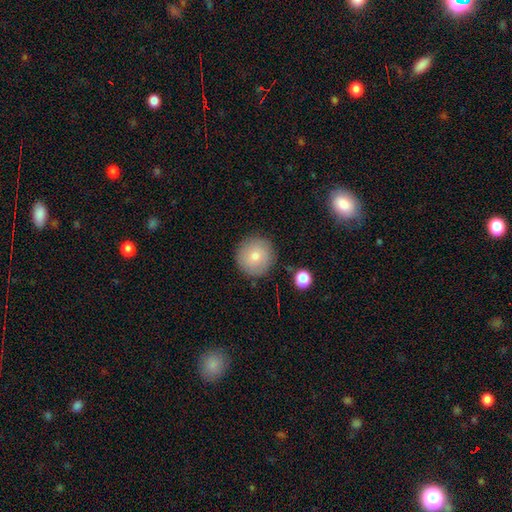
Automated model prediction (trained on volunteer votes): smooth_or_featured: smooth (p=0.76) [alt: featured or disk p=0.14]
how_rounded: round (p=0.95) [alt: in between p=0.04]
merging: none (p=0.89) [alt: minor disturbance p=0.08]